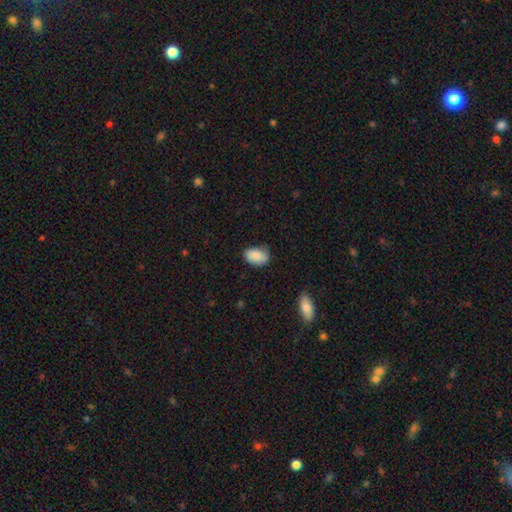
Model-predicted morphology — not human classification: Smooth or featured? Predicted: smooth (p=0.87). How rounded? Predicted: in between (p=0.87). Merging? Predicted: none (p=0.71).